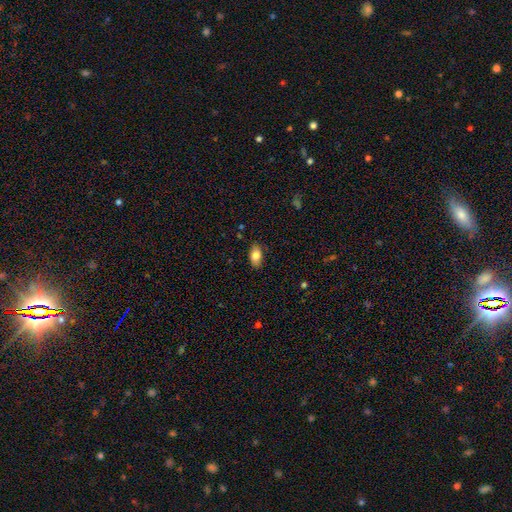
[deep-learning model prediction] Smooth or featured?
  - smooth: 82% *
  - featured or disk: 11%
  - star or artifact: 7%
How rounded?
  - in between: 91% *
  - round: 5%
  - cigar-shaped: 4%
Merging?
  - none: 86% *
  - minor disturbance: 11%
  - major disturbance: 2%
  - merger: 1%